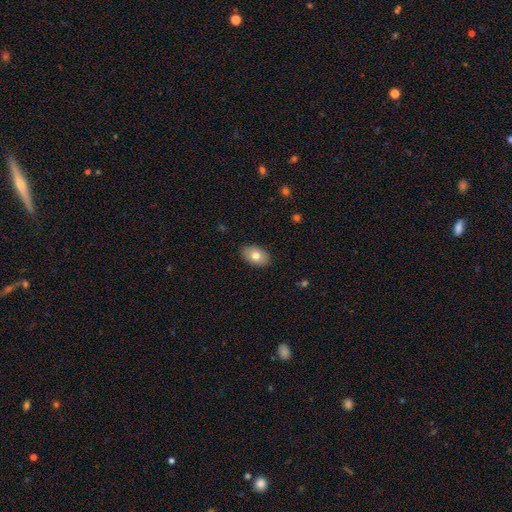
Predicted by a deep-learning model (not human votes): A smooth galaxy with no disk features (77%) that is in between round and cigar-shaped (88%). Merging: none (89%).